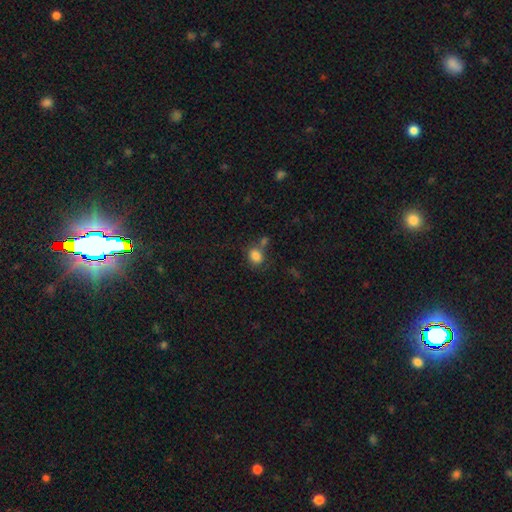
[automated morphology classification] A smooth galaxy with no disk features (83%) that is in between round and cigar-shaped (50%). Merging: none (57%).